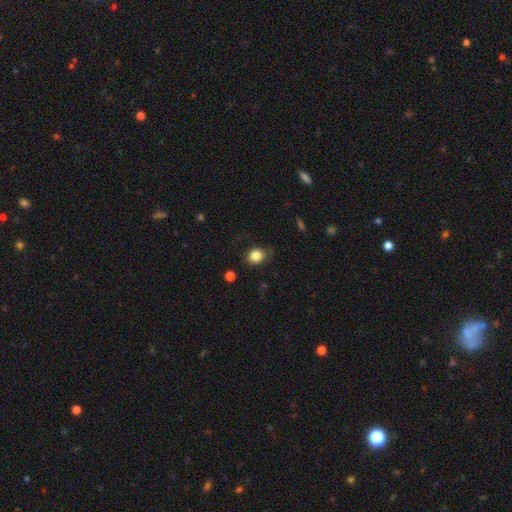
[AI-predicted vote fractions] The model was most divided on "how rounded": round: 57%, in between: 42%, cigar-shaped: 1%. More confident: smooth or featured — smooth (83%); merging — none (69%).